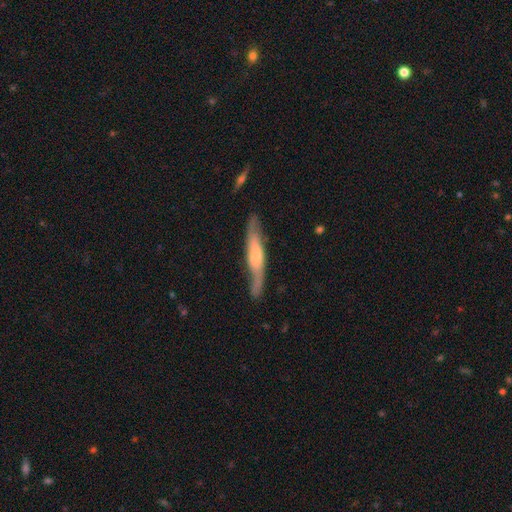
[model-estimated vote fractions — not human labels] This appears to be a featured or disk galaxy (59%) viewed edge-on (71%). Merging: none (75%).